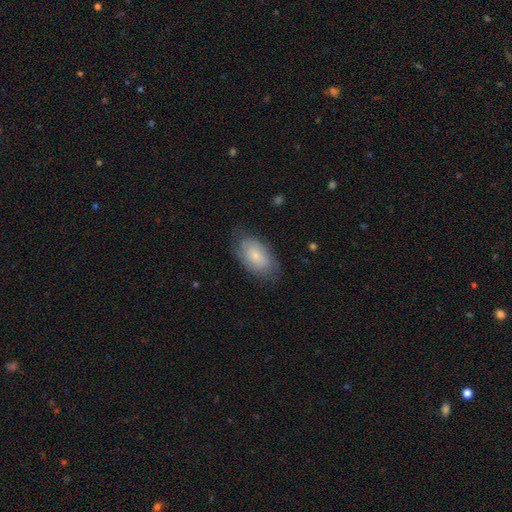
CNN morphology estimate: This is likely a smooth galaxy (69%). How rounded: clearly in between (93%). Merging: likely none (70%).